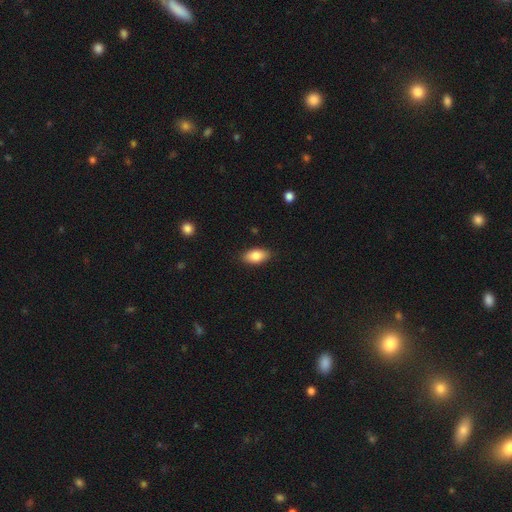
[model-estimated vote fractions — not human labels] Smooth or featured? smooth (85%)
How rounded? in between (92%)
Merging? none (87%)